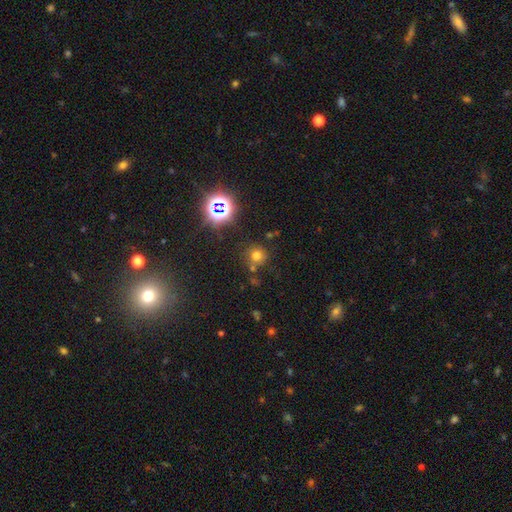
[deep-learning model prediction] Smooth or featured: smooth — 65% (star or artifact — 26%)
How rounded: round — 91% (in between — 8%)
Merging: none — 74% (merger — 11%)